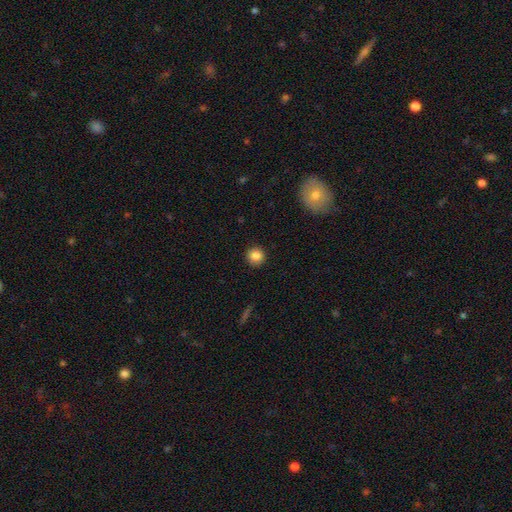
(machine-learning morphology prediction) A smooth galaxy with no disk features (85%) that is round (94%). Merging: none (92%).